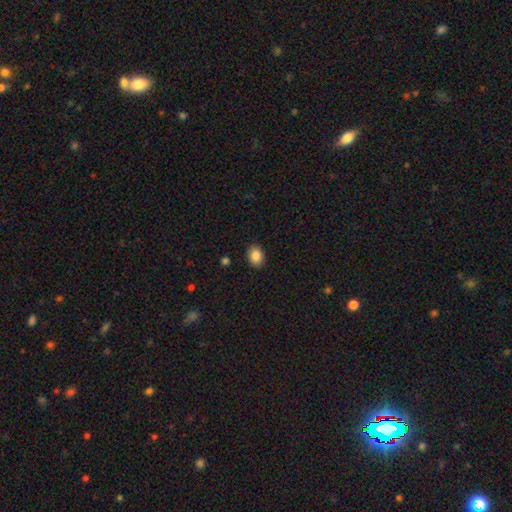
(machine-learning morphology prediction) This appears to be a smooth galaxy with no disk features (86%) that is in between round and cigar-shaped (65%). Merging: none (89%).